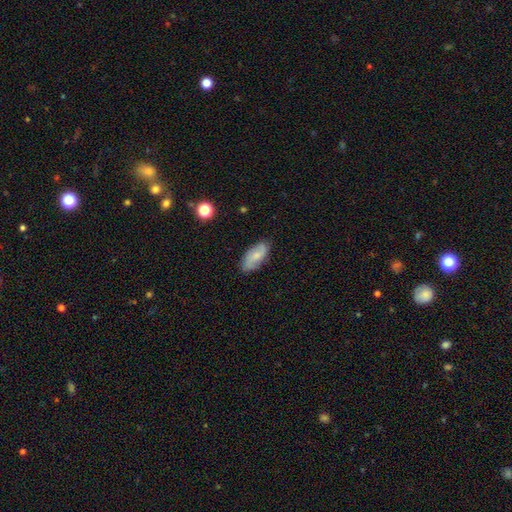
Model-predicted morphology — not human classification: The model was most divided on "smooth or featured": smooth: 48%, featured or disk: 45%, star or artifact: 7%. More confident: merging — none (81%).